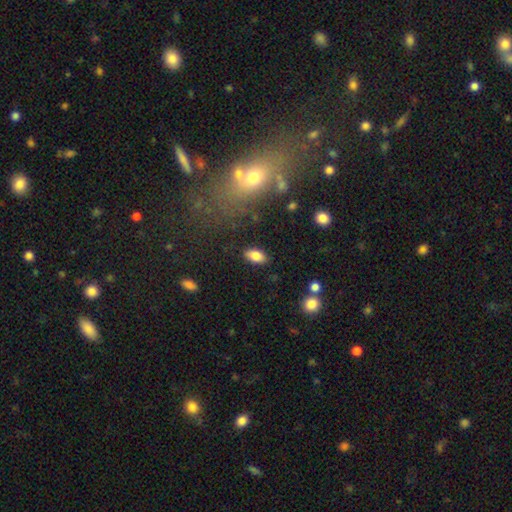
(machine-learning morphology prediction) smooth 83%, featured or disk 9%, star or artifact 8%. Down the decision tree: how rounded — in between (92%); merging — none (86%).